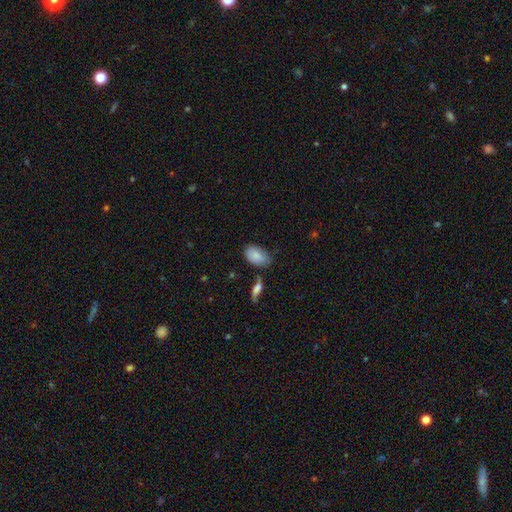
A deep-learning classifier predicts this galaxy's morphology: Q: Smooth or featured?
A: smooth (83%); runner-up: featured or disk (10%)
Q: How rounded?
A: in between (92%); runner-up: round (6%)
Q: Merging?
A: none (61%); runner-up: minor disturbance (27%)